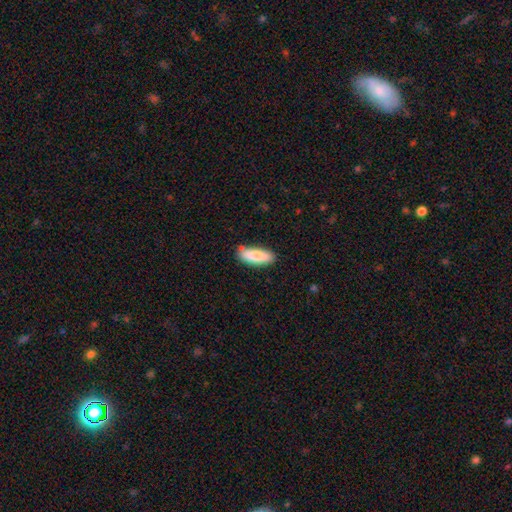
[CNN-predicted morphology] This appears to be a smooth galaxy with no disk features (85%) that is in between round and cigar-shaped (63%). Merging: none (80%).